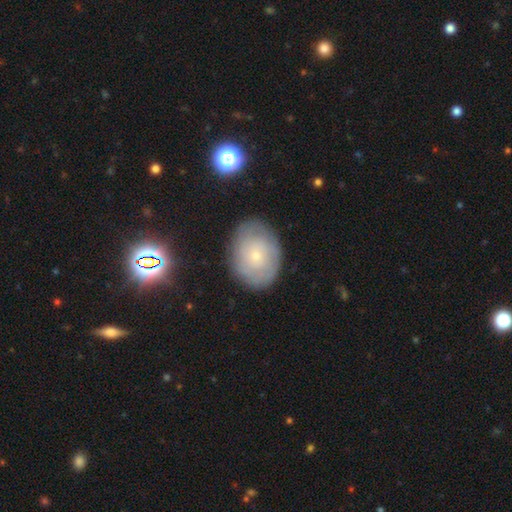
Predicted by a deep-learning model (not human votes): smooth_or_featured: smooth (p=0.49) [alt: featured or disk p=0.41]
merging: none (p=0.80) [alt: minor disturbance p=0.14]